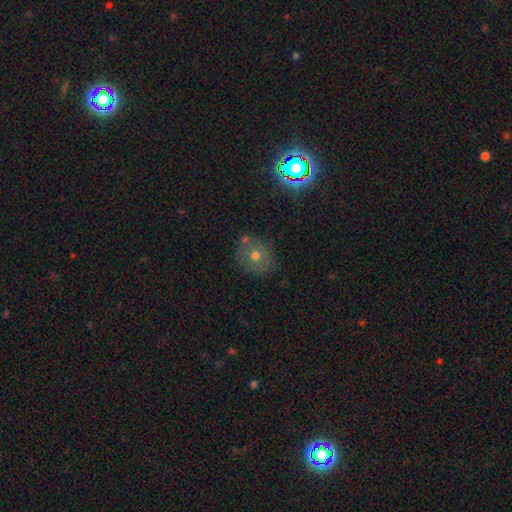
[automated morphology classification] A smooth galaxy with no disk features (60%) that is round (76%).

Vote fractions:
- Smooth or featured? smooth: 60% / featured or disk: 25% / star or artifact: 16%
- How rounded? round: 76% / in between: 23% / cigar-shaped: 1%
- Merging? none: 77% / minor disturbance: 14% / merger: 6% / major disturbance: 4%